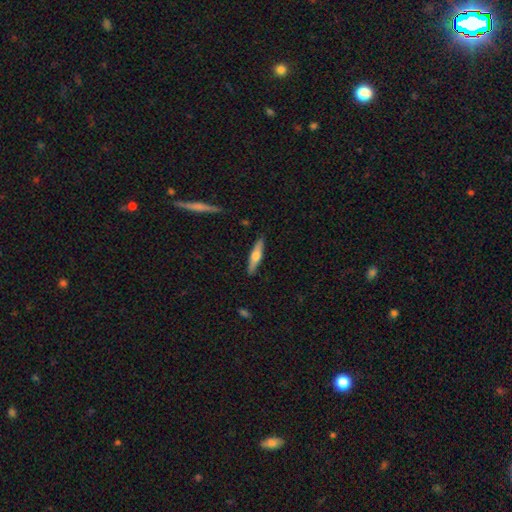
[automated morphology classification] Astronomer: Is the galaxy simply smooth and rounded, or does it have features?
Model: smooth — 50% (runner-up: featured or disk, 44%).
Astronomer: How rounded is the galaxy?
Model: cigar-shaped — 81%.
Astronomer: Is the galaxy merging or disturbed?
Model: none — 89%.